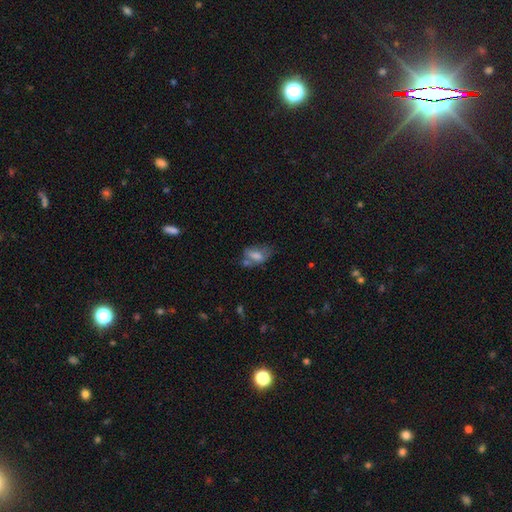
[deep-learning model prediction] Smooth or featured? Predicted: smooth (p=0.65). How rounded? Predicted: in between (p=0.86). Merging? Predicted: none (p=0.33).